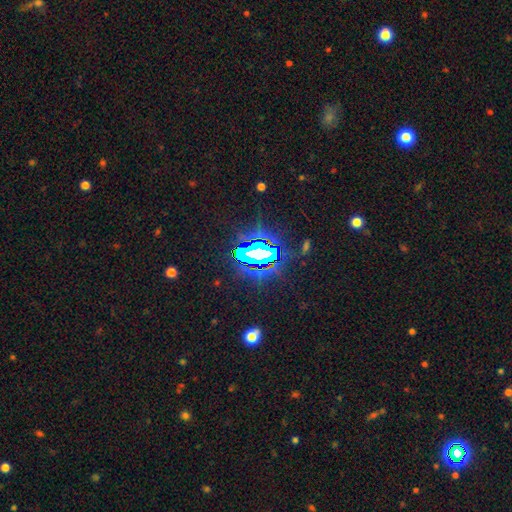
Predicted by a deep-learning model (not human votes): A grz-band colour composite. It shows a star or artifact, not a galaxy (74%).